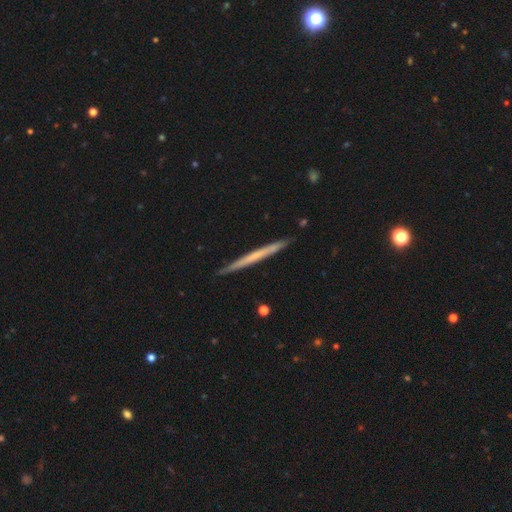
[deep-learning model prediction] This appears to be a featured or disk galaxy (50%). Merging: none (91%).